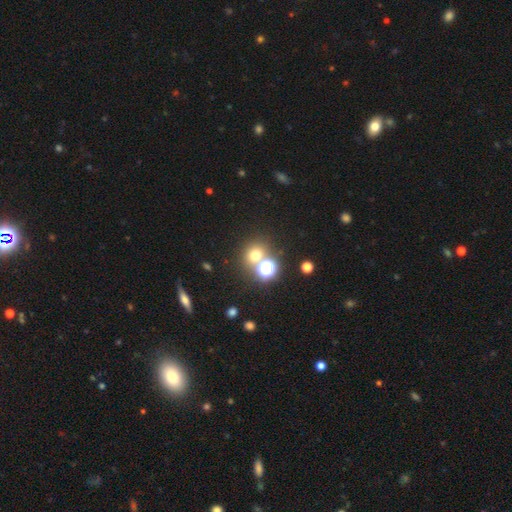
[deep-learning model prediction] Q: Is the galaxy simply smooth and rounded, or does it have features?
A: smooth — 63%.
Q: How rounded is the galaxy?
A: round — 80%.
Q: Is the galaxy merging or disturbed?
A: none — 67%.